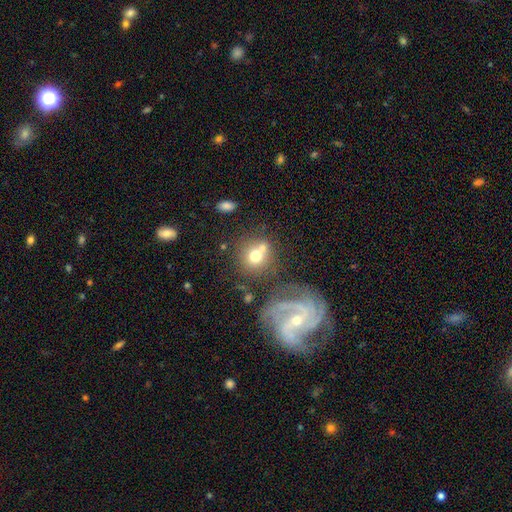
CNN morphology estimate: smooth_or_featured: smooth (p=0.65) [alt: featured or disk p=0.24]
how_rounded: round (p=0.81) [alt: in between p=0.17]
merging: none (p=0.52) [alt: merger p=0.28]